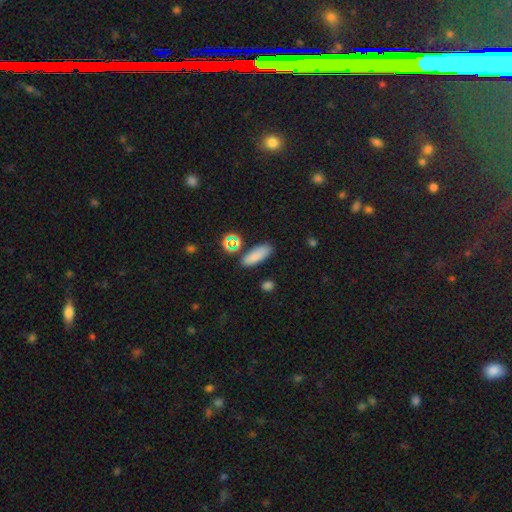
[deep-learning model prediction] Smooth or featured?
  - smooth: 80% *
  - star or artifact: 13%
  - featured or disk: 7%
How rounded?
  - in between: 60% *
  - cigar-shaped: 34%
  - round: 5%
Merging?
  - none: 82% *
  - minor disturbance: 10%
  - merger: 5%
  - major disturbance: 3%